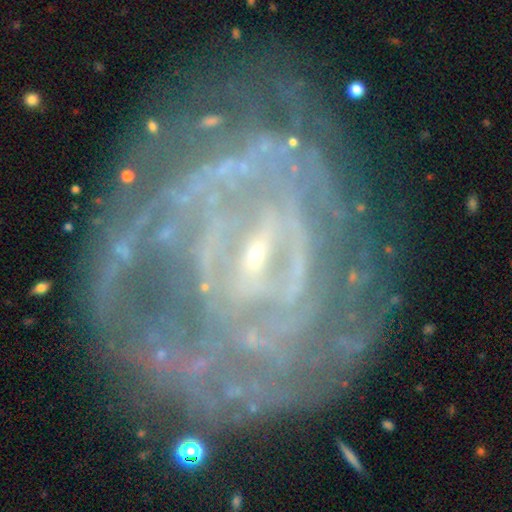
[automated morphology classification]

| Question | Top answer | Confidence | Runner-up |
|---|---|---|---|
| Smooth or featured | featured or disk | 84% | smooth (8%) |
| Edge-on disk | no | 97% | yes (3%) |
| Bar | weak | 41% | strong (36%) |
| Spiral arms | yes | 80% | no (20%) |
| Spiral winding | tight | 62% | medium (27%) |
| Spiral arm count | can't tell | 45% | 2 (22%) |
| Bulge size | small | 81% | moderate (11%) |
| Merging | none | 59% | minor disturbance (19%) |